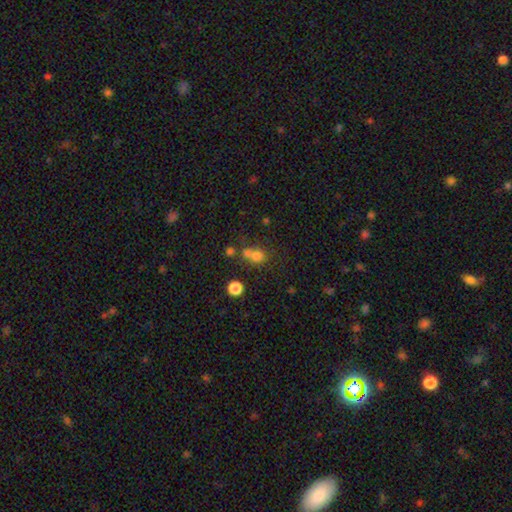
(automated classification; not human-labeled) smooth 71%, star or artifact 17%, featured or disk 12%. Down the decision tree: how rounded — round (76%); merging — merger (45%).